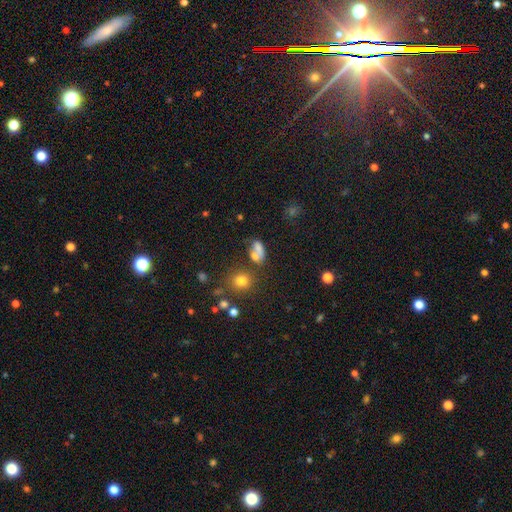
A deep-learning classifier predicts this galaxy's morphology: Smooth or featured? smooth (67%)
How rounded? in between (71%)
Merging? none (37%)